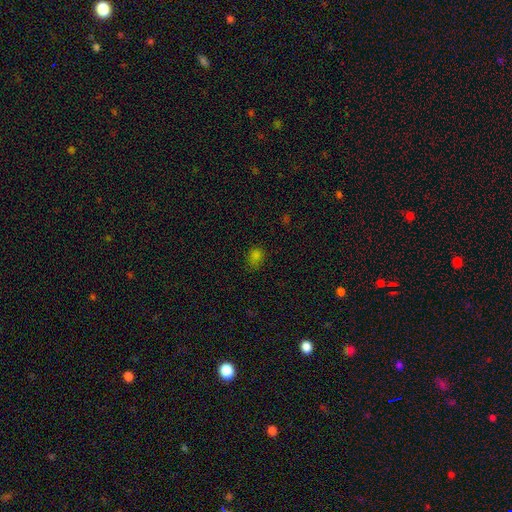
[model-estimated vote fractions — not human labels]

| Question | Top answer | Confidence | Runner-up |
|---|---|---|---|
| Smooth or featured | smooth | 74% | star or artifact (21%) |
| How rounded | round | 52% | in between (47%) |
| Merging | none | 71% | minor disturbance (21%) |